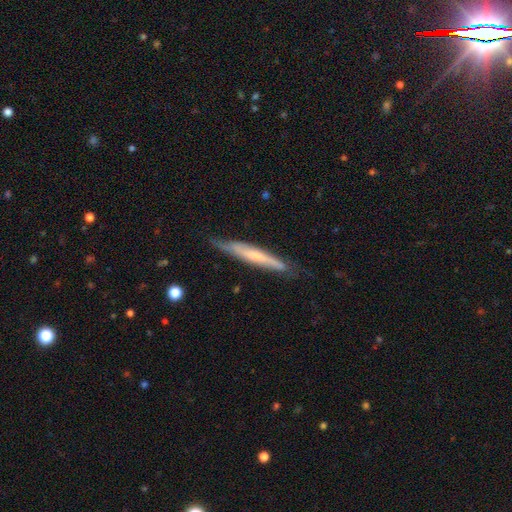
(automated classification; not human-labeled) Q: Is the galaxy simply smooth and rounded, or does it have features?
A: featured or disk — 50%.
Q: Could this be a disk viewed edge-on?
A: yes — 88%.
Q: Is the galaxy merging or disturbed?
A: none — 73%.